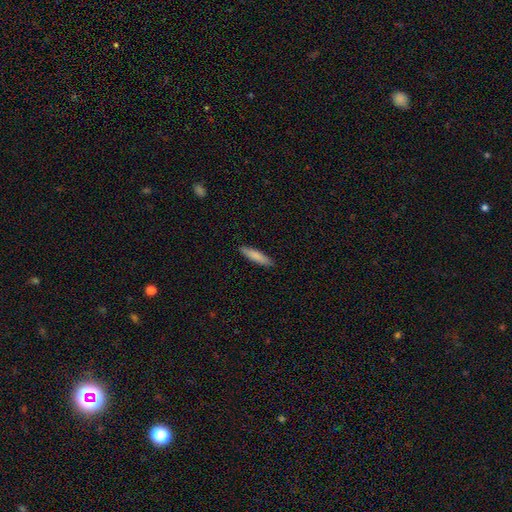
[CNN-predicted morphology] The model was most divided on "how rounded": cigar-shaped: 81%, in between: 18%, round: 1%. More confident: merging — none (89%); smooth or featured — smooth (83%).